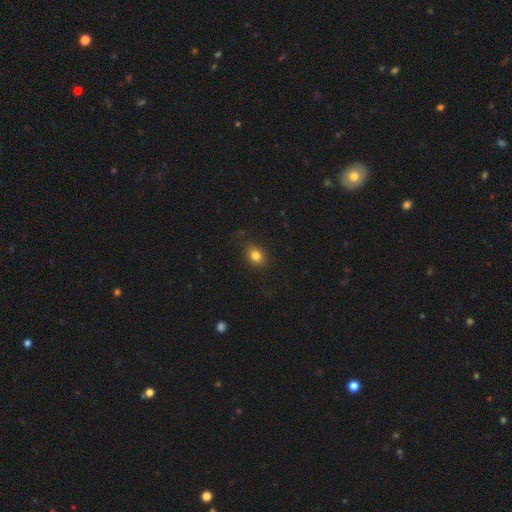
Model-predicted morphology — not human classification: smooth 82%, star or artifact 12%, featured or disk 7%. Down the decision tree: how rounded — round (51%); merging — none (84%).